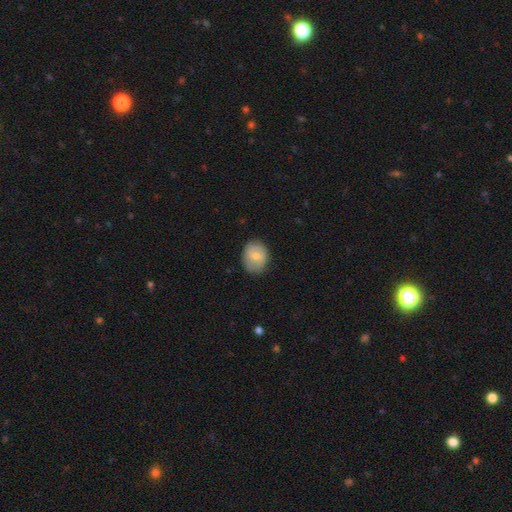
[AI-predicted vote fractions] A smooth galaxy with no disk features (72%) that is in between round and cigar-shaped (51%). Merging: none (76%).